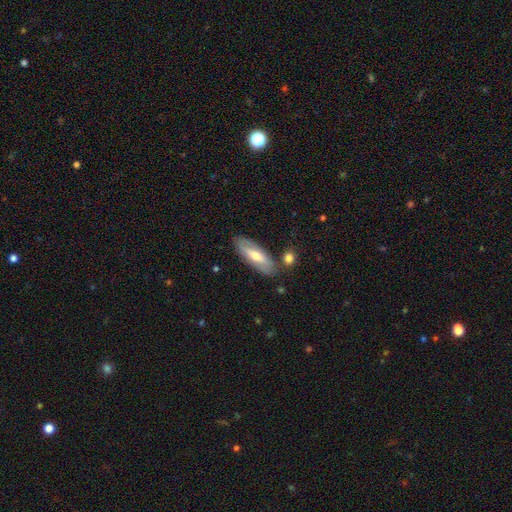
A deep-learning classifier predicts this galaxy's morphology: smooth 49%, featured or disk 45%, star or artifact 6%. Down the decision tree: merging — none (80%).